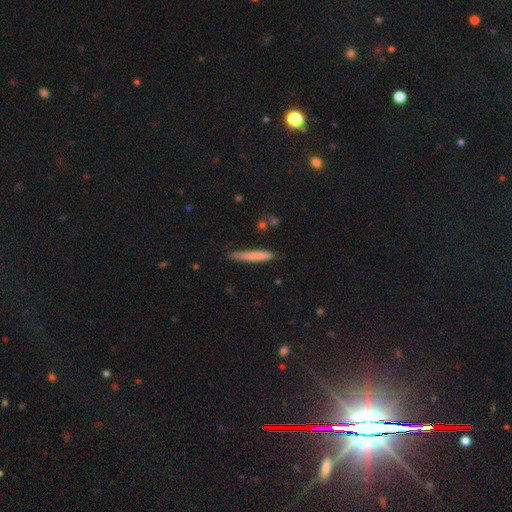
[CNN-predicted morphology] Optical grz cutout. It shows a smooth galaxy with no disk features (75%) that is cigar-shaped (95%). Merging: none (82%).